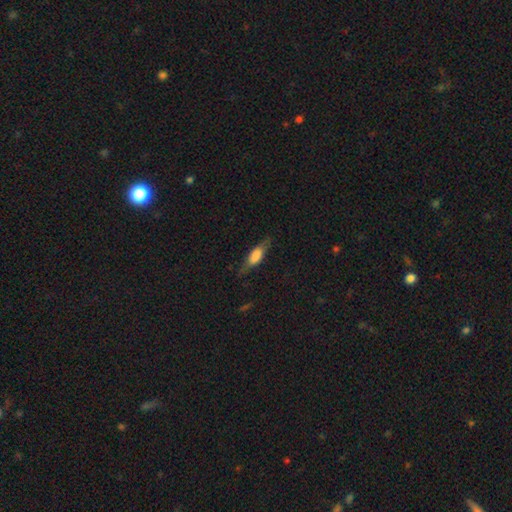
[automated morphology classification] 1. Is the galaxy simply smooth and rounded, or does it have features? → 59% smooth, 33% featured or disk, 7% star or artifact.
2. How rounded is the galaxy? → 54% in between, 42% cigar-shaped, 3% round.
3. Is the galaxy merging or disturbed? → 71% none, 20% minor disturbance, 7% major disturbance, 1% merger.